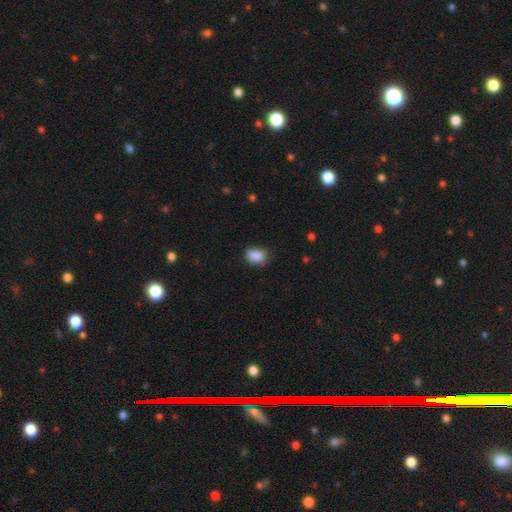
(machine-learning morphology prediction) Q: Smooth or featured?
A: smooth (89%); runner-up: star or artifact (8%)
Q: How rounded?
A: in between (80%); runner-up: round (18%)
Q: Merging?
A: none (77%); runner-up: minor disturbance (18%)